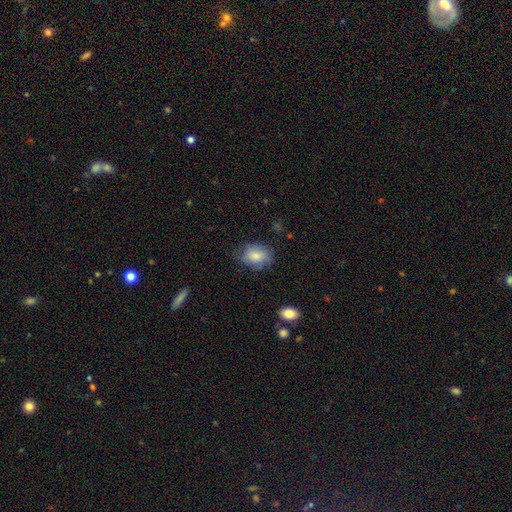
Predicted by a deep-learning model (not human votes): Smooth or featured: smooth — 80% (featured or disk — 12%)
How rounded: in between — 67% (round — 31%)
Merging: none — 66% (minor disturbance — 25%)